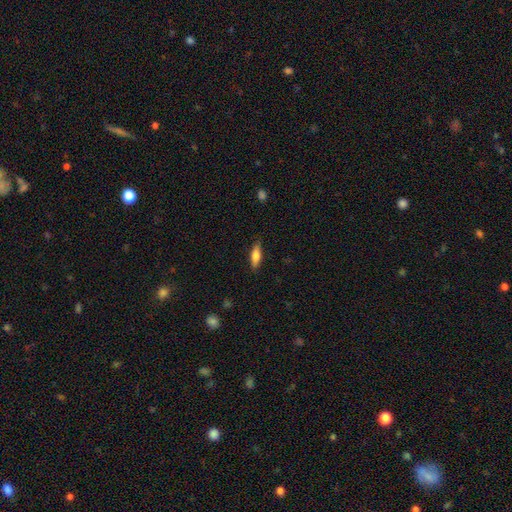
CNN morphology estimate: smooth 75%, featured or disk 19%, star or artifact 6%. Down the decision tree: how rounded — in between (53%); merging — none (83%).